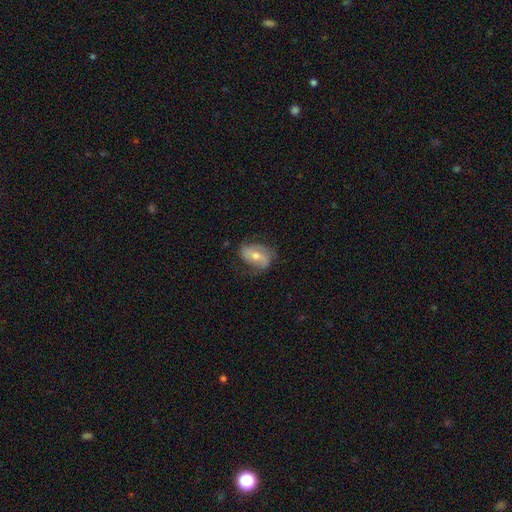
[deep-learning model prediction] Smooth or featured: featured or disk — 53% (smooth — 39%)
Edge-on disk: no — 95% (yes — 5%)
Bar: no — 42% (weak — 37%)
Spiral arms: yes — 77% (no — 23%)
Bulge size: moderate — 66% (small — 27%)
Merging: none — 61% (minor disturbance — 25%)